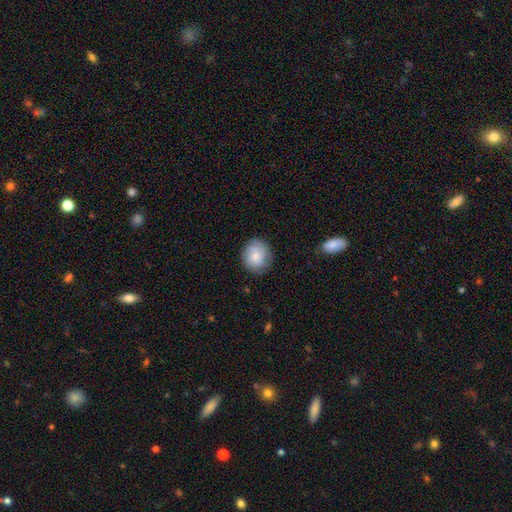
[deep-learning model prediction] Smooth or featured: smooth — 74% (featured or disk — 19%)
How rounded: round — 86% (in between — 13%)
Merging: none — 81% (minor disturbance — 14%)